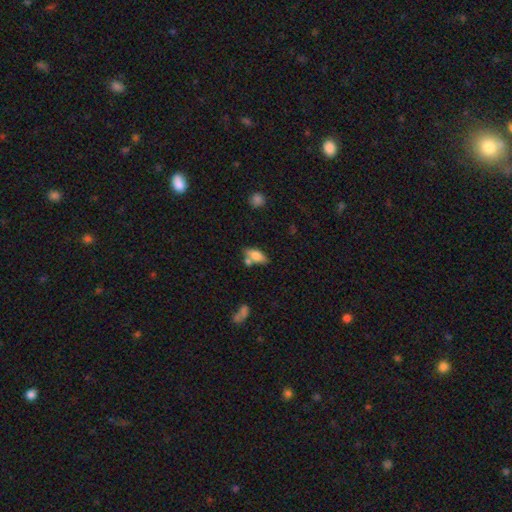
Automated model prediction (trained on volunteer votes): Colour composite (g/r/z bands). It shows a smooth galaxy with no disk features (76%) that is in between round and cigar-shaped (83%). Merging: none (56%).